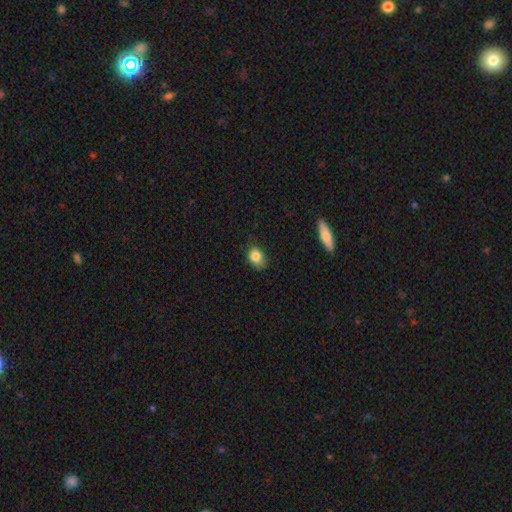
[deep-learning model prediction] Smooth or featured? Predicted: smooth (p=0.83). How rounded? Predicted: in between (p=0.63). Merging? Predicted: none (p=0.60).